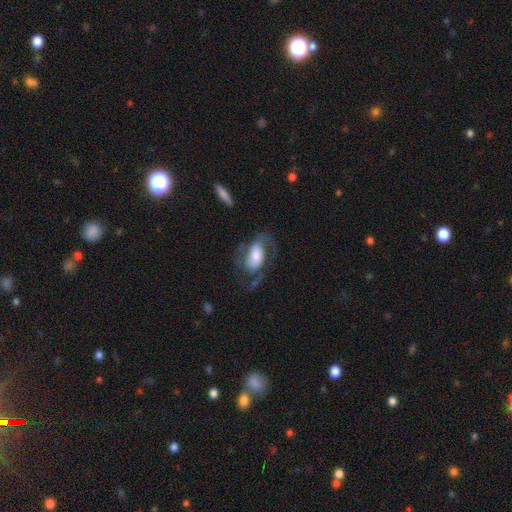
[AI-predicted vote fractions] featured or disk 62%, smooth 31%, star or artifact 6%. Down the decision tree: edge-on disk — no (95%); bar — no (42%); spiral arms — yes (84%); bulge size — moderate (35%); merging — none (46%).